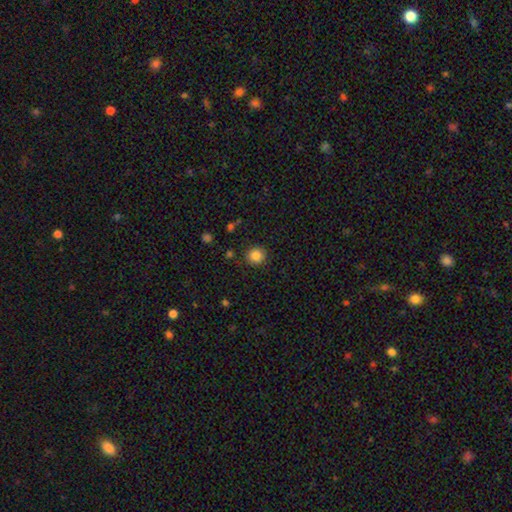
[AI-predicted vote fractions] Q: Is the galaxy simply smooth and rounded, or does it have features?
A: smooth — 85%.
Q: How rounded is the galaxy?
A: round — 91%.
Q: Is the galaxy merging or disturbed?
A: none — 89%.